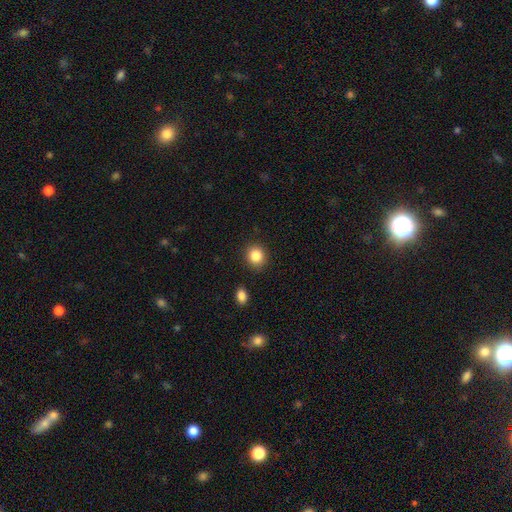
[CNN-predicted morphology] A smooth galaxy with no disk features (85%) that is round (83%).

Vote fractions:
- Smooth or featured? smooth: 85% / star or artifact: 10% / featured or disk: 5%
- How rounded? round: 83% / in between: 17% / cigar-shaped: 1%
- Merging? none: 89% / minor disturbance: 7% / major disturbance: 2% / merger: 2%